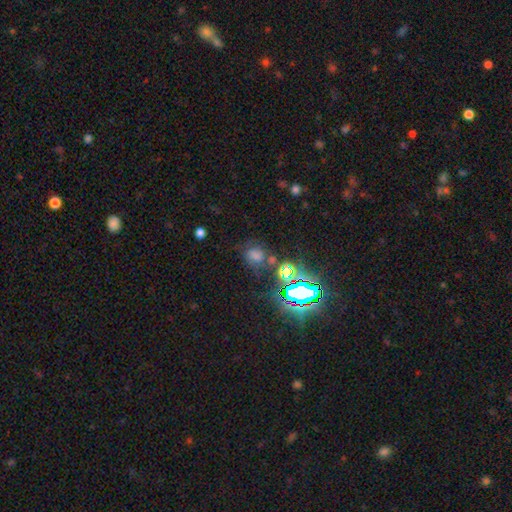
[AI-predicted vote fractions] Smooth or featured: star or artifact — 50% (smooth — 41%)